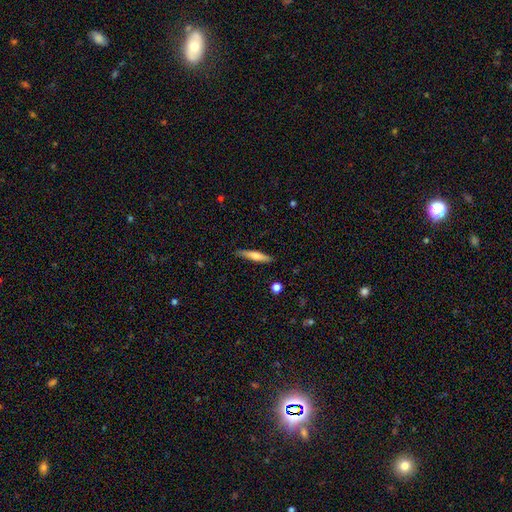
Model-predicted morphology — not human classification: Overall: smooth (56%; featured or disk 38%). How rounded: cigar-shaped (88%). Merging: none (86%).